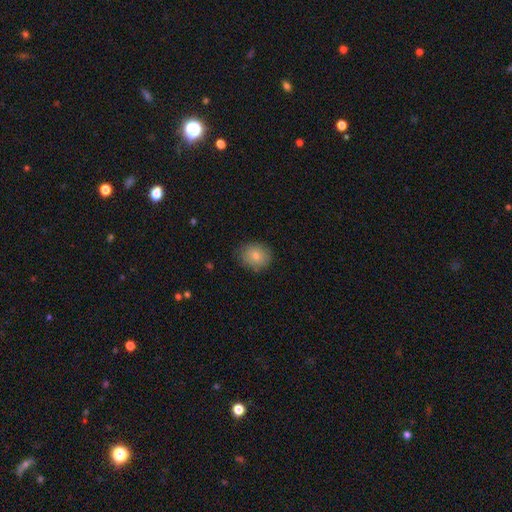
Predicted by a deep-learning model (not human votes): Q: Smooth or featured?
A: smooth (74%); runner-up: featured or disk (16%)
Q: How rounded?
A: round (63%); runner-up: in between (36%)
Q: Merging?
A: none (82%); runner-up: minor disturbance (14%)